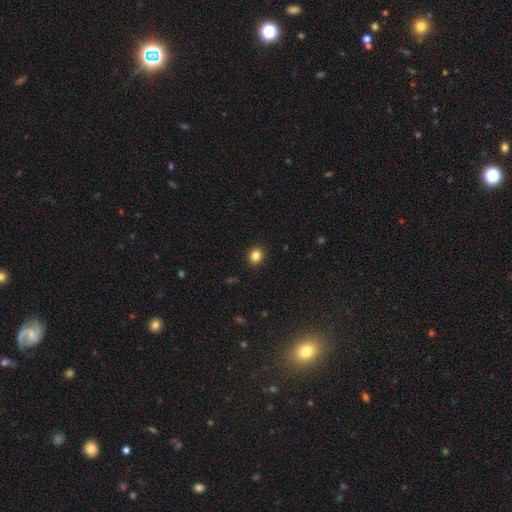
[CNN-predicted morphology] Smooth or featured? Predicted: smooth (p=0.85). How rounded? Predicted: round (p=0.73). Merging? Predicted: none (p=0.91).